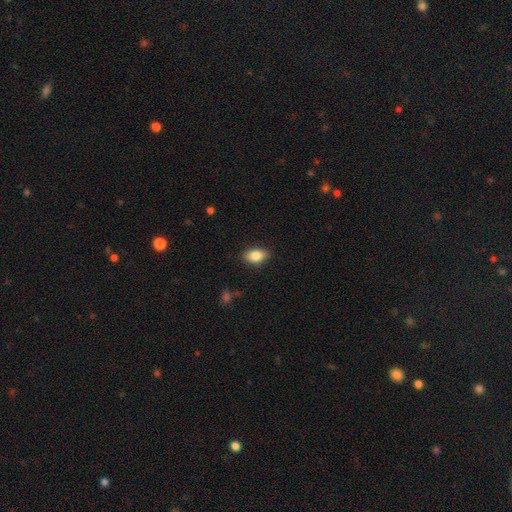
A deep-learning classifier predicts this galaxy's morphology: A smooth galaxy with no disk features (85%) that is in between round and cigar-shaped (87%). Merging: none (86%).